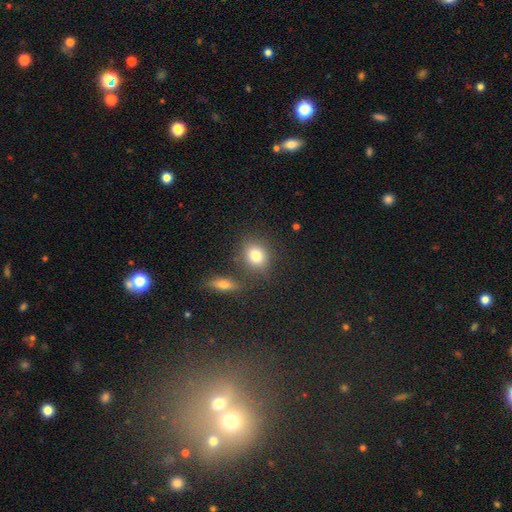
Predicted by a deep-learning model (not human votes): smooth 80%, star or artifact 11%, featured or disk 9%. Down the decision tree: how rounded — round (61%); merging — none (73%).